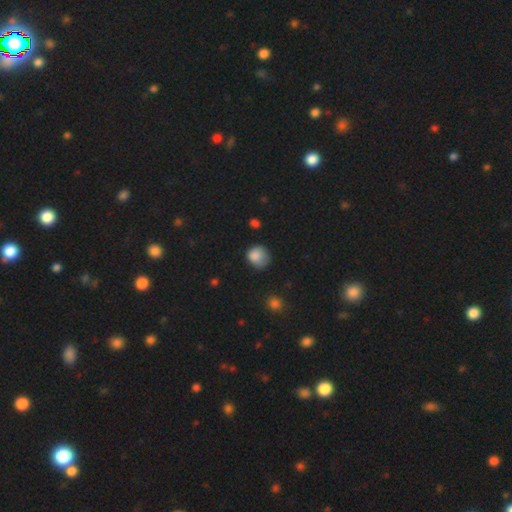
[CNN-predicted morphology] Overall: smooth (84%). How rounded: round (77%). Merging: none (57%; minor disturbance 31%).